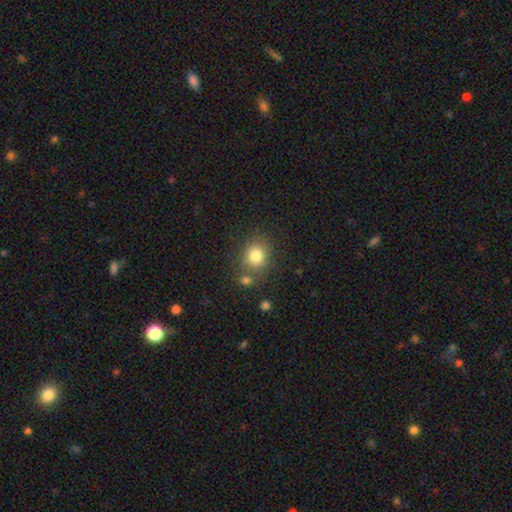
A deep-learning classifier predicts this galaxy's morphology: This appears to be a smooth galaxy with no disk features (81%) that is round (76%). Merging: none (74%).